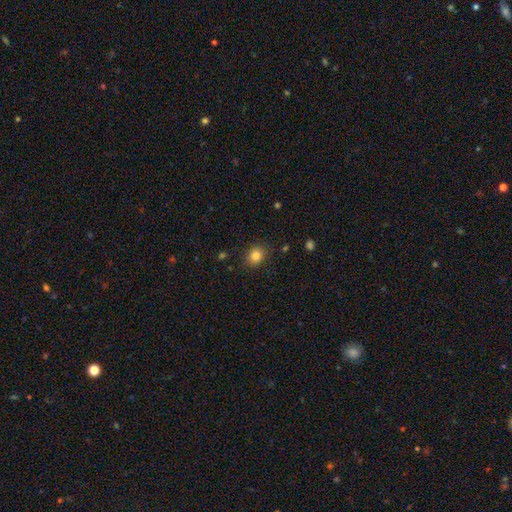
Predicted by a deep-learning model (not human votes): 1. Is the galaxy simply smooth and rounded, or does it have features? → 83% smooth, 11% star or artifact, 6% featured or disk.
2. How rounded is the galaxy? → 63% round, 36% in between, 1% cigar-shaped.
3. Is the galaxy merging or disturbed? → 85% none, 10% minor disturbance, 3% major disturbance, 1% merger.